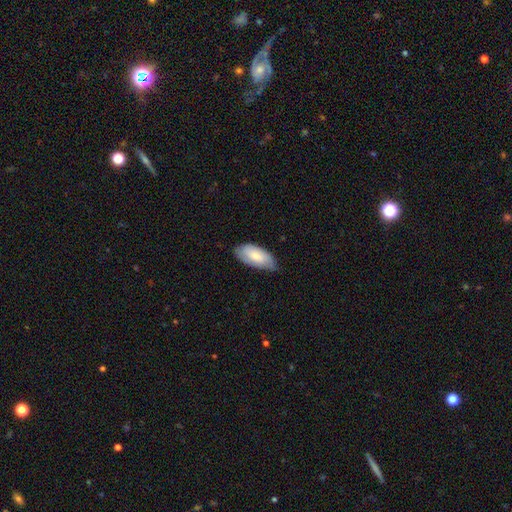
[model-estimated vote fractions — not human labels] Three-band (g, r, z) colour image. It shows a smooth galaxy with no disk features (73%) that is in between round and cigar-shaped (91%). Merging: none (66%).